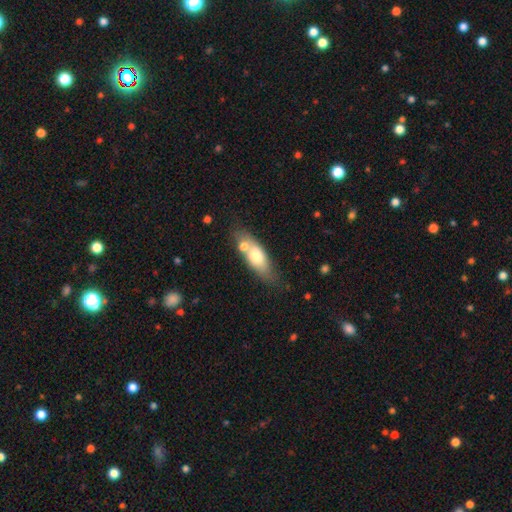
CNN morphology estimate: Q: Smooth or featured?
A: smooth (65%); runner-up: featured or disk (29%)
Q: How rounded?
A: in between (68%); runner-up: cigar-shaped (29%)
Q: Merging?
A: none (52%); runner-up: merger (26%)